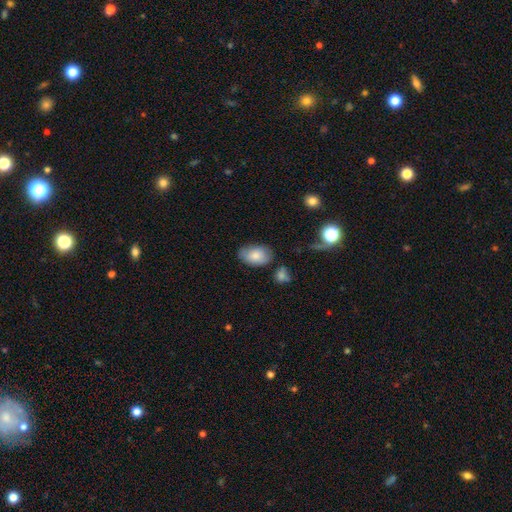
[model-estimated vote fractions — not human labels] This is clearly a smooth galaxy (81%). How rounded: clearly in between (90%). Merging: likely none (71%).